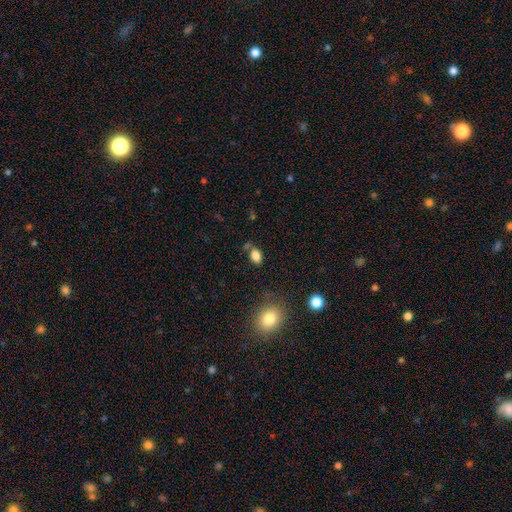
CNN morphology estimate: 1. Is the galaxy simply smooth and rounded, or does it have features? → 83% smooth, 11% star or artifact, 6% featured or disk.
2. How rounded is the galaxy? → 83% in between, 15% round, 2% cigar-shaped.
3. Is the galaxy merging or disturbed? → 69% none, 16% minor disturbance, 11% merger, 5% major disturbance.